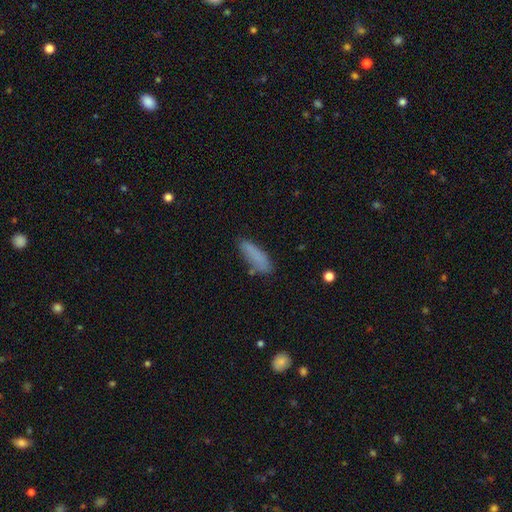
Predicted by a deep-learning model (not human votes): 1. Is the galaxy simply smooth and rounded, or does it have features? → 82% smooth, 9% featured or disk, 8% star or artifact.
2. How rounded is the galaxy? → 62% cigar-shaped, 36% in between, 2% round.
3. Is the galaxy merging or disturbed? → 74% none, 18% minor disturbance, 5% major disturbance, 3% merger.